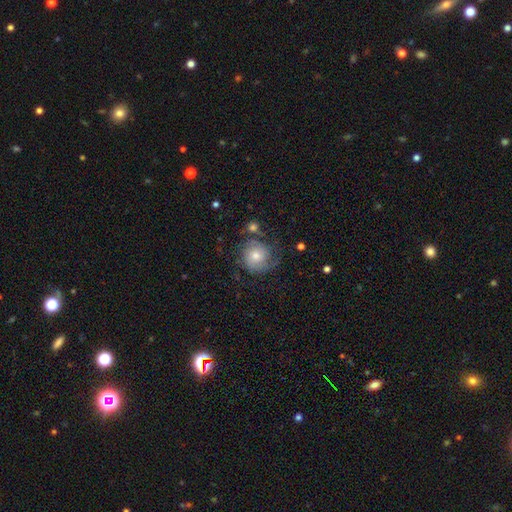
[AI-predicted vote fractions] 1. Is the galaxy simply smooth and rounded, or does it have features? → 63% featured or disk, 29% smooth, 9% star or artifact.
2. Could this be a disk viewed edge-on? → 98% no, 2% yes.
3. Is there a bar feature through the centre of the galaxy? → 79% no, 18% weak, 3% strong.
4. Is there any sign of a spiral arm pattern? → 89% yes, 11% no.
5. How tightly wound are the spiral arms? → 49% tight, 34% medium, 17% loose.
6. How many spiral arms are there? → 49% 2, 20% can't tell, 18% 1, 8% 3, 3% 4, 2% more than 4.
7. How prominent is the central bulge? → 59% moderate, 32% small, 6% large, 2% none, 1% dominant.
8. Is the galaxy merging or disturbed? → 63% none, 19% minor disturbance, 13% major disturbance, 5% merger.